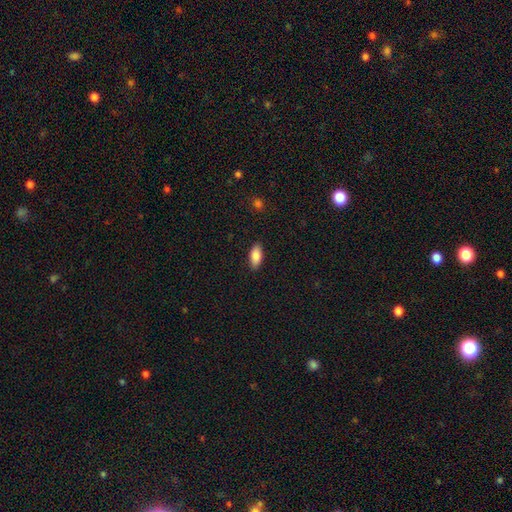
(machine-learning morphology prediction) smooth-or-featured: smooth: 86% | featured or disk: 7% | star or artifact: 7%
  how-rounded: in between: 88% | cigar-shaped: 10% | round: 2%
  merging: none: 89% | minor disturbance: 9% | major disturbance: 2% | merger: 1%